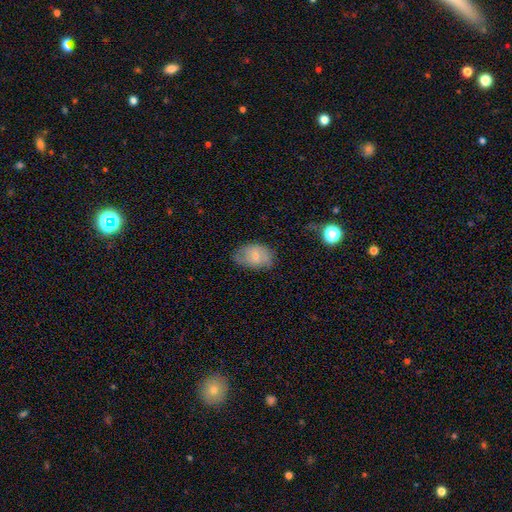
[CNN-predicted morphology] Smooth or featured? Predicted: smooth (p=0.68). How rounded? Predicted: in between (p=0.85). Merging? Predicted: none (p=0.65).